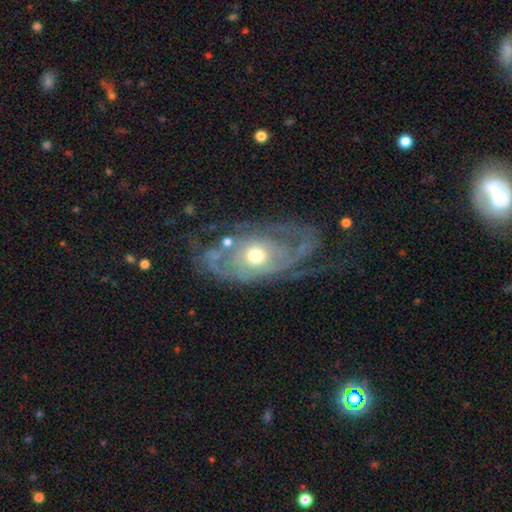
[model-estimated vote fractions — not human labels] The model was most divided on "spiral arm count": can't tell: 36%, 2: 33%, 1: 10%, 3: 10%, 4: 5%, more than 4: 5%. Remaining: edge-on disk — no (94%); bar — no (83%); smooth or featured — featured or disk (80%); spiral arms — yes (76%); bulge size — moderate (64%); spiral winding — tight (49%); merging — none (48%).